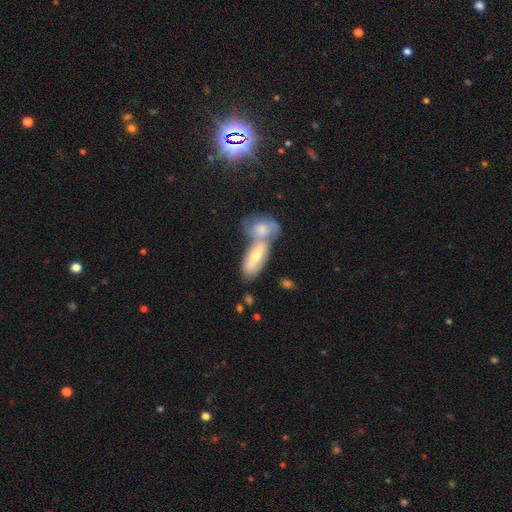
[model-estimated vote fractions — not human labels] Smooth or featured? Predicted: featured or disk (p=0.45, tied with smooth). Merging? Predicted: merger (p=0.59).